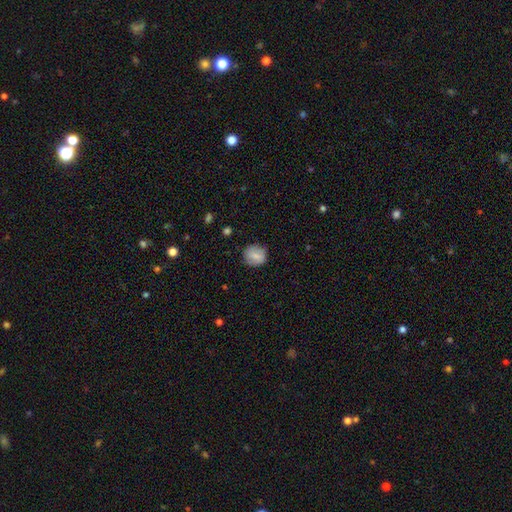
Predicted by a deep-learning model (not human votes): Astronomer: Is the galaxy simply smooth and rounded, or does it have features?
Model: smooth — 70%.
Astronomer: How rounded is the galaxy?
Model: round — 78%.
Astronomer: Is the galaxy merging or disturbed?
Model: none — 82%.